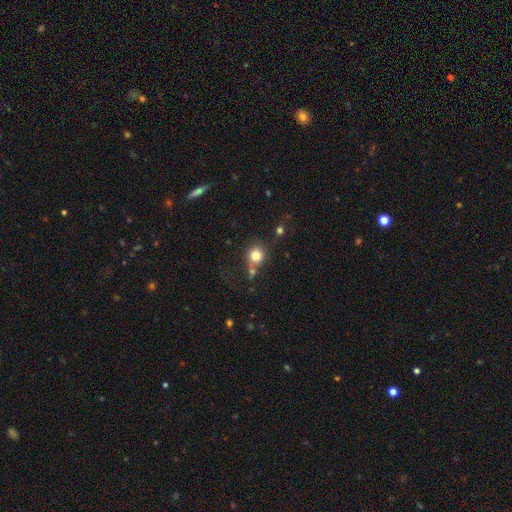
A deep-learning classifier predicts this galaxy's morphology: Overall: smooth (80%). How rounded: round (85%). Merging: none (60%).